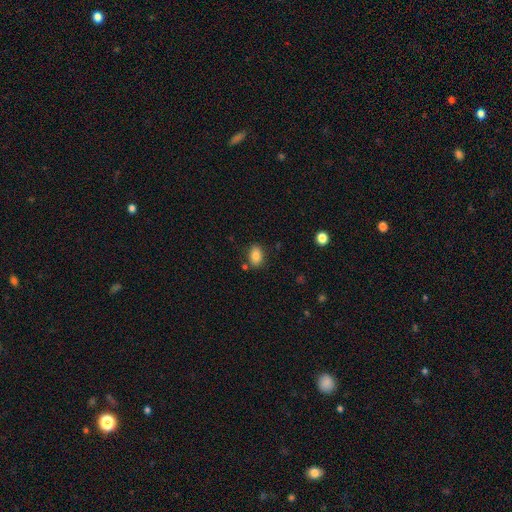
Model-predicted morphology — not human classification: Smooth or featured? Predicted: smooth (p=0.83). How rounded? Predicted: in between (p=0.82). Merging? Predicted: none (p=0.80).